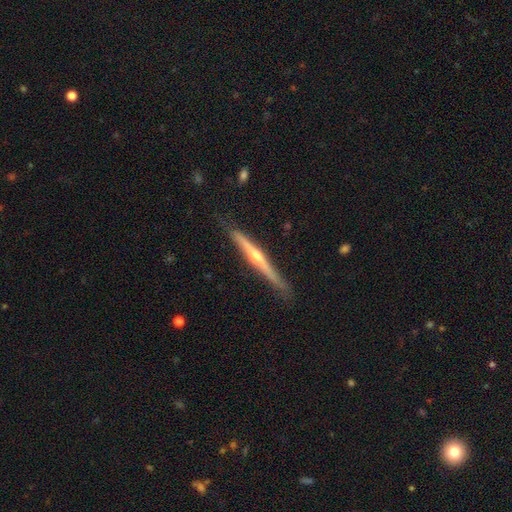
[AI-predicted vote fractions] smooth-or-featured: featured or disk: 78% | smooth: 17% | star or artifact: 5%
  disk-edge-on: yes: 98% | no: 2%
    edge-on-bulge: rounded: 86% | none: 11% | boxy: 4%
  merging: none: 86% | minor disturbance: 11% | major disturbance: 2% | merger: 1%